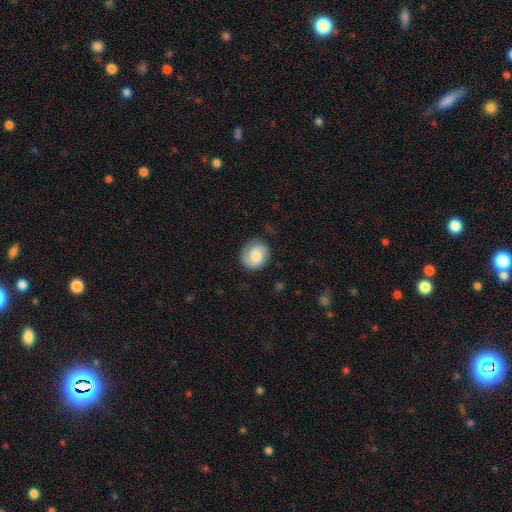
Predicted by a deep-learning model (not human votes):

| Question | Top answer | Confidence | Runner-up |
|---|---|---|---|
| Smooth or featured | smooth | 67% | featured or disk (26%) |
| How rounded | round | 74% | in between (25%) |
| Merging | none | 77% | minor disturbance (16%) |